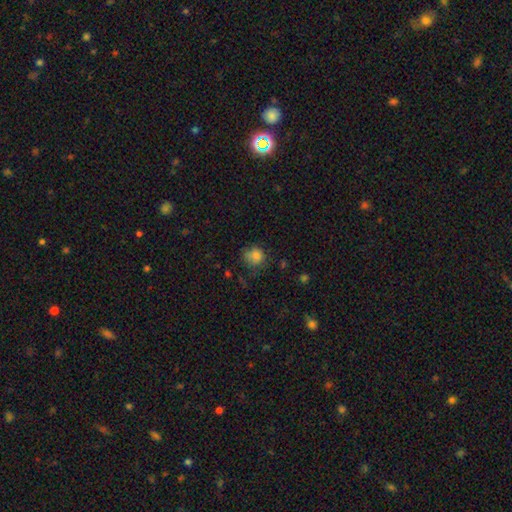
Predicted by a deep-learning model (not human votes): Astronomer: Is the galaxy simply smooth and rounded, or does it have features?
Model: smooth — 81%.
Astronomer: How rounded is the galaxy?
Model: round — 80%.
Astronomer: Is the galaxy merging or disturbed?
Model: none — 65%.